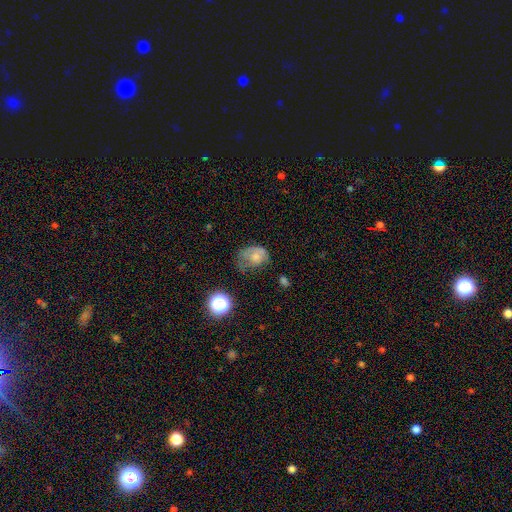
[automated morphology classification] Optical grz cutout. It shows a smooth galaxy with no disk features (64%) that is in between round and cigar-shaped (62%). Merging: minor disturbance (34%).